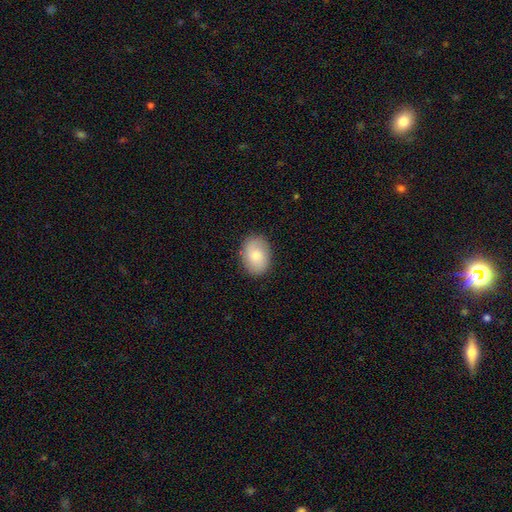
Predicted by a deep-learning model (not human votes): Q: Smooth or featured?
A: smooth (78%); runner-up: featured or disk (16%)
Q: How rounded?
A: in between (74%); runner-up: round (25%)
Q: Merging?
A: none (86%); runner-up: minor disturbance (10%)